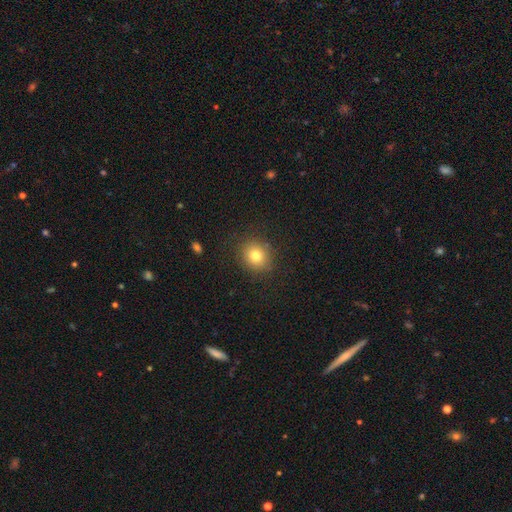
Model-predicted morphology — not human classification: Q: Smooth or featured?
A: smooth (78%); runner-up: star or artifact (12%)
Q: How rounded?
A: round (78%); runner-up: in between (21%)
Q: Merging?
A: none (87%); runner-up: minor disturbance (9%)